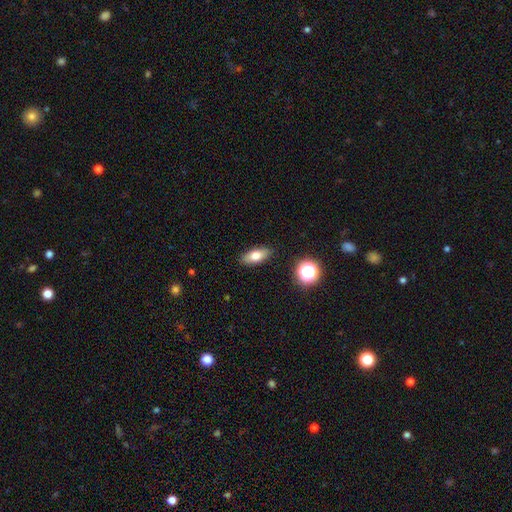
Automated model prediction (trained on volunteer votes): A smooth galaxy with no disk features (71%) that is in between round and cigar-shaped (75%). Merging: none (88%).